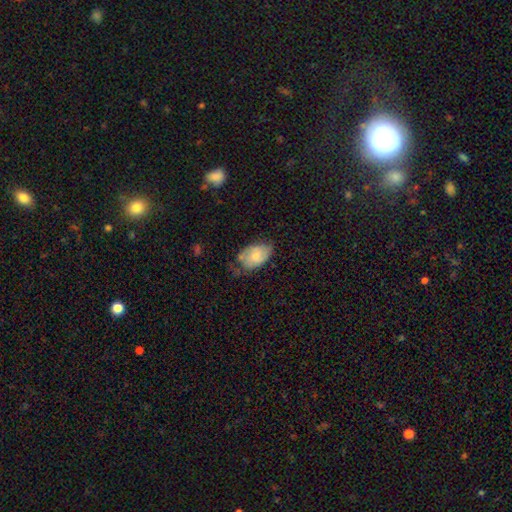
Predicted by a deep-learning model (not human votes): A smooth galaxy with no disk features (64%) that is in between round and cigar-shaped (90%). Merging: none (44%).